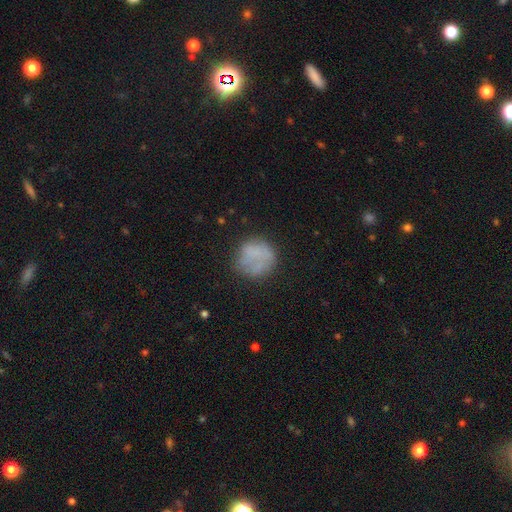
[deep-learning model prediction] A smooth galaxy with no disk features (67%) that is round (90%).

Vote fractions:
- Smooth or featured? smooth: 67% / featured or disk: 23% / star or artifact: 10%
- How rounded? round: 90% / in between: 9% / cigar-shaped: 1%
- Merging? none: 62% / minor disturbance: 22% / major disturbance: 13% / merger: 3%